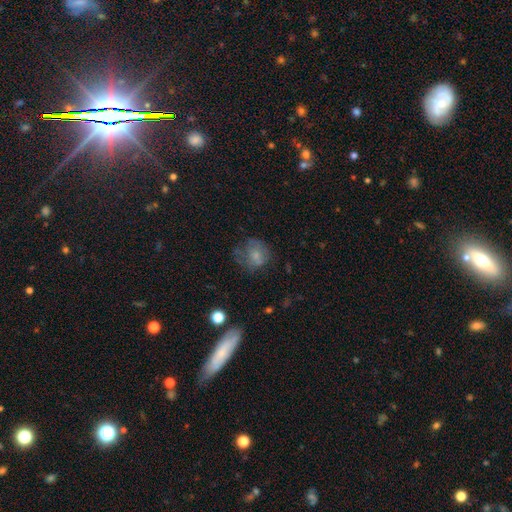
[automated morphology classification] Q: Smooth or featured?
A: smooth (61%); runner-up: featured or disk (27%)
Q: How rounded?
A: round (68%); runner-up: in between (31%)
Q: Merging?
A: none (43%); runner-up: major disturbance (27%)